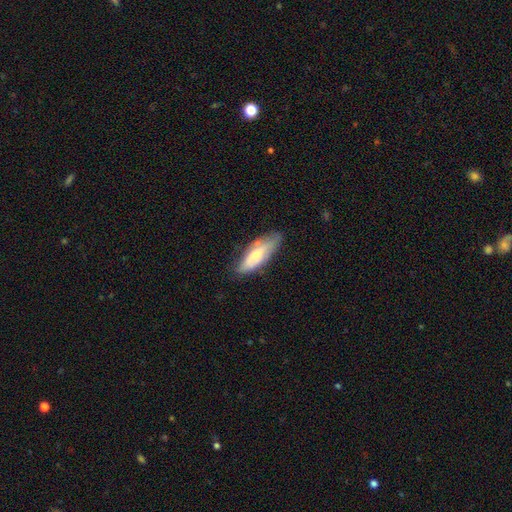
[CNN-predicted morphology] This is likely a smooth galaxy (63%). How rounded: likely in between (64%). Merging: possibly none (58%).